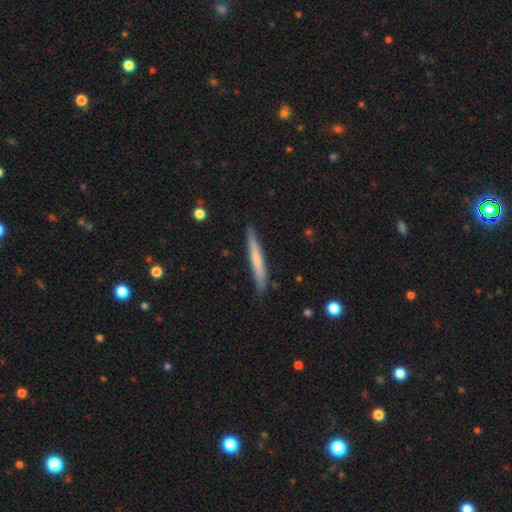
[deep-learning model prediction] This appears to be a smooth galaxy with no disk features (59%) that is cigar-shaped (97%). Merging: none (89%).